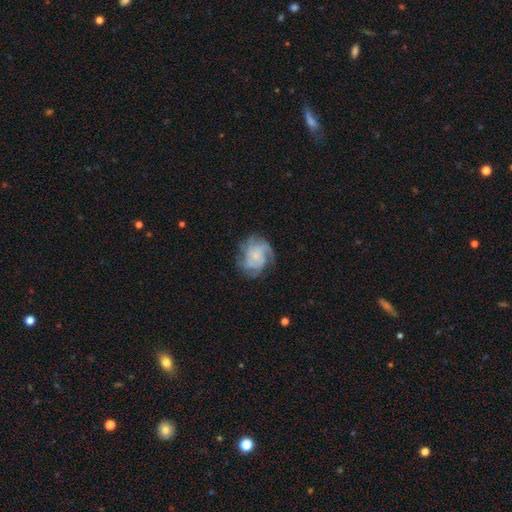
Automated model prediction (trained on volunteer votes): This is likely a featured or disk galaxy (74%). It is clearly not viewed edge-on (98%). Bar: likely no (75%). Spiral arm pattern: clearly yes (92%). Spiral arm count: marginally 3 (29%). Spiral winding: marginally medium (42%). Central bulge: possibly small (53%). Merging: likely none (64%).